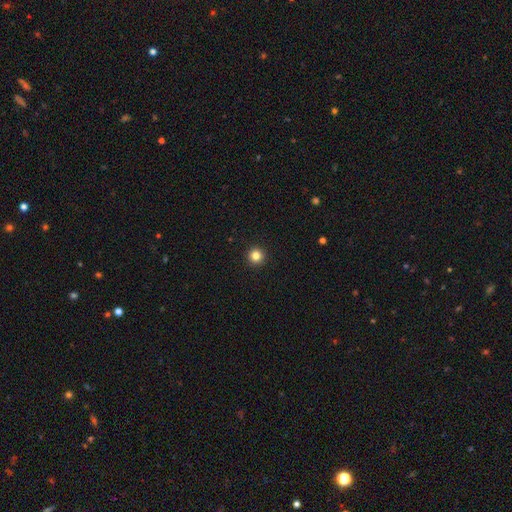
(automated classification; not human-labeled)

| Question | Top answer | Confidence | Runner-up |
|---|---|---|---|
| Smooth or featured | smooth | 83% | star or artifact (12%) |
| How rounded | round | 96% | in between (3%) |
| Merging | none | 94% | minor disturbance (4%) |